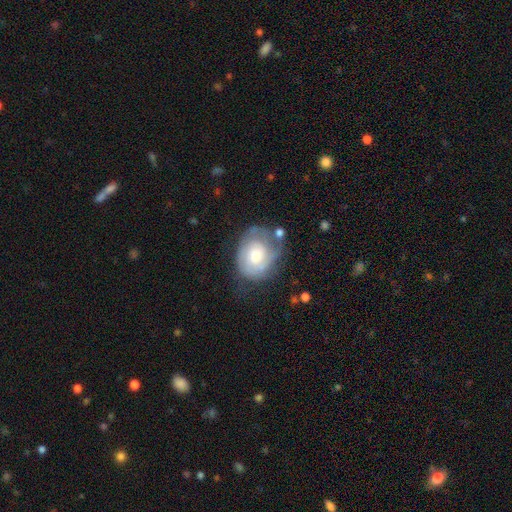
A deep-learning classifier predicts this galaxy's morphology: smooth-or-featured: featured or disk: 57% | smooth: 36% | star or artifact: 7%
  disk-edge-on: no: 97% | yes: 3%
    bar: no: 78% | weak: 19% | strong: 3%
    has-spiral-arms: yes: 74% | no: 26%
    bulge-size: moderate: 57% | small: 25% | large: 14% | none: 2% | dominant: 2%
  merging: none: 49% | minor disturbance: 29% | major disturbance: 17% | merger: 5%